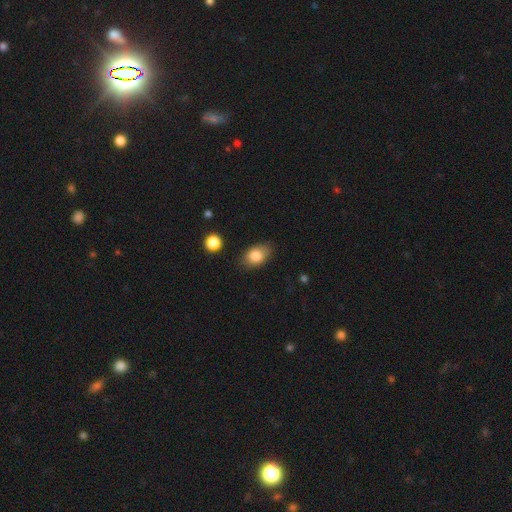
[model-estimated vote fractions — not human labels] smooth-or-featured: smooth: 82% | featured or disk: 10% | star or artifact: 8%
  how-rounded: in between: 85% | round: 13% | cigar-shaped: 2%
  merging: none: 79% | minor disturbance: 16% | major disturbance: 3% | merger: 2%